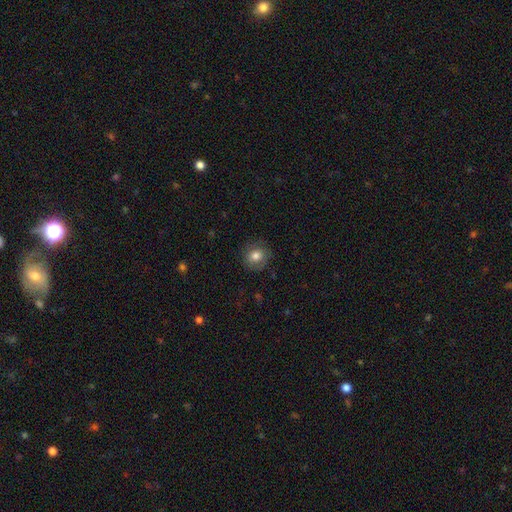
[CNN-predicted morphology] The model was most divided on "smooth or featured": smooth: 79%, featured or disk: 11%, star or artifact: 9%. More confident: how rounded — round (85%); merging — none (83%).